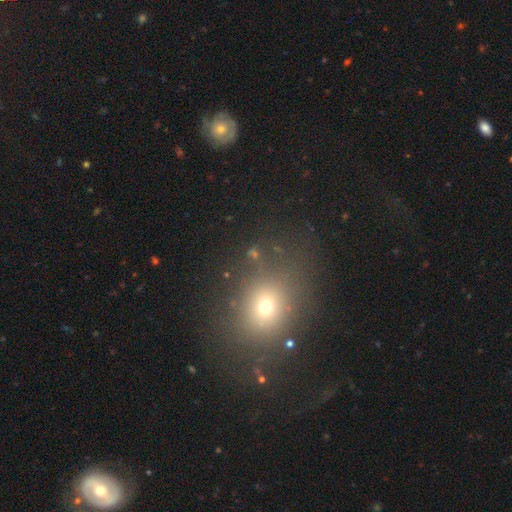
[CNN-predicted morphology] smooth-or-featured: smooth: 60% | star or artifact: 28% | featured or disk: 12%
  how-rounded: round: 62% | in between: 36% | cigar-shaped: 2%
  merging: none: 76% | minor disturbance: 12% | major disturbance: 7% | merger: 5%